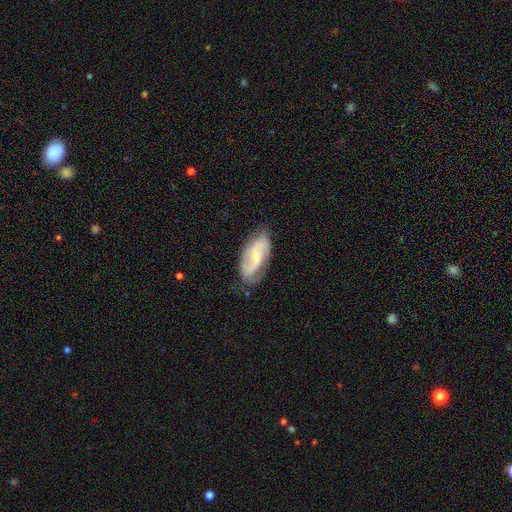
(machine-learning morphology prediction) smooth_or_featured: featured or disk (p=0.78) [alt: smooth p=0.17]
disk_edge_on: no (p=0.95) [alt: yes p=0.05]
bar: weak (p=0.49) [alt: no p=0.36]
has_spiral_arms: yes (p=0.94) [alt: no p=0.06]
spiral_winding: medium (p=0.43) [alt: loose p=0.39]
spiral_arm_count: 2 (p=0.86) [alt: can't tell p=0.08]
bulge_size: small (p=0.54) [alt: moderate p=0.40]
merging: none (p=0.73) [alt: minor disturbance p=0.20]